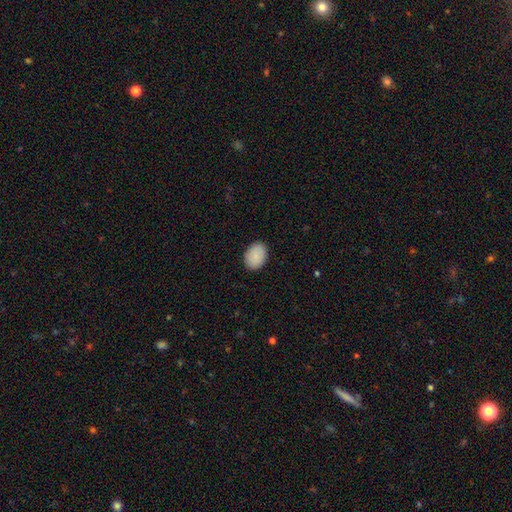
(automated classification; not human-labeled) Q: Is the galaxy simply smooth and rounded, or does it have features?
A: smooth — 89%.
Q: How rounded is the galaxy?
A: in between — 72%.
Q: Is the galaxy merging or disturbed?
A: none — 89%.